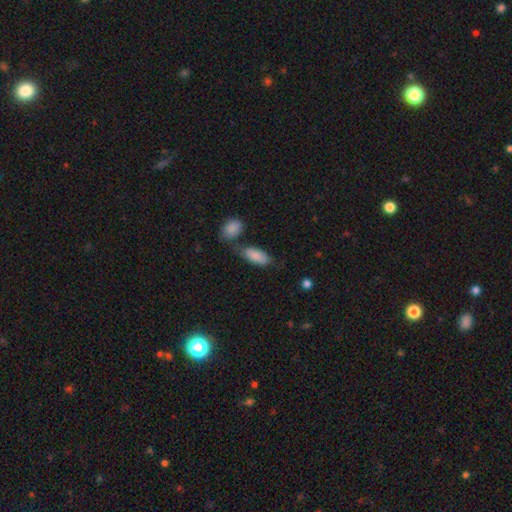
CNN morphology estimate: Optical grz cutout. It shows a smooth galaxy with no disk features (85%) that is in between round and cigar-shaped (86%). Merging: none (57%).